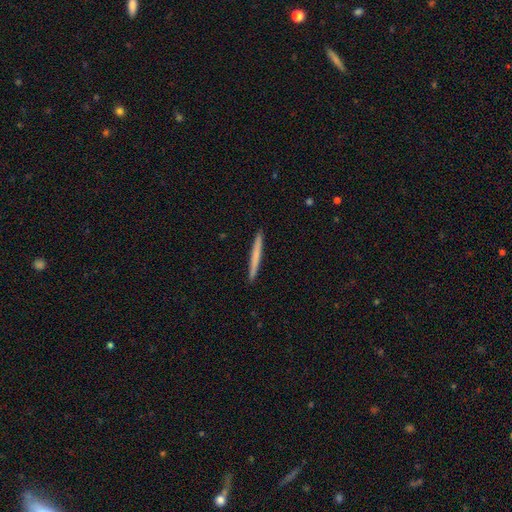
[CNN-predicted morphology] Smooth or featured? Predicted: smooth (p=0.63). How rounded? Predicted: cigar-shaped (p=0.97). Merging? Predicted: none (p=0.93).